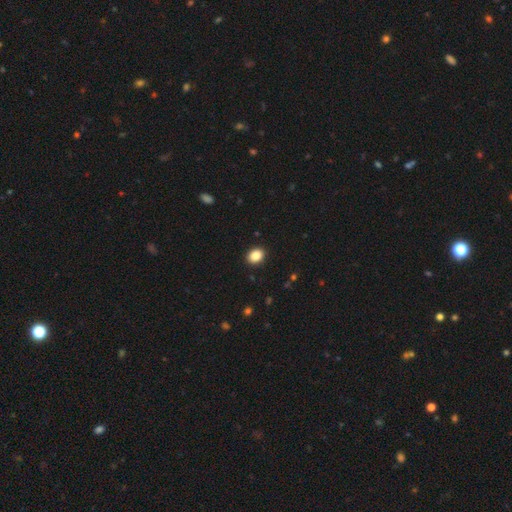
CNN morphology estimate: This is clearly a smooth galaxy (86%). How rounded: possibly in between (56%). Merging: clearly none (91%).